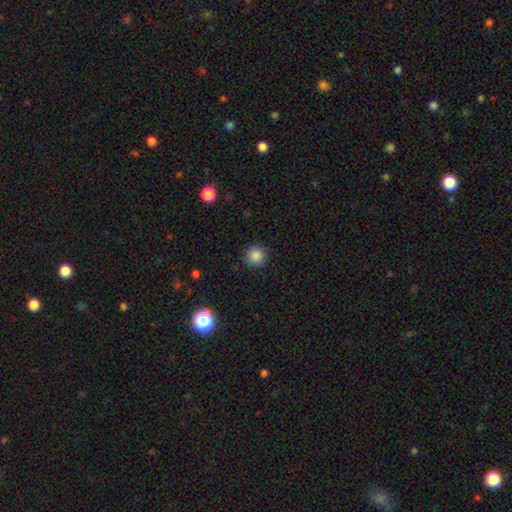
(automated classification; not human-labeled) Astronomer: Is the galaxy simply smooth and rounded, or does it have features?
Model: smooth — 86%.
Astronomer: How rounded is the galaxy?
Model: round — 94%.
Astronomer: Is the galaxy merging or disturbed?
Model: none — 90%.